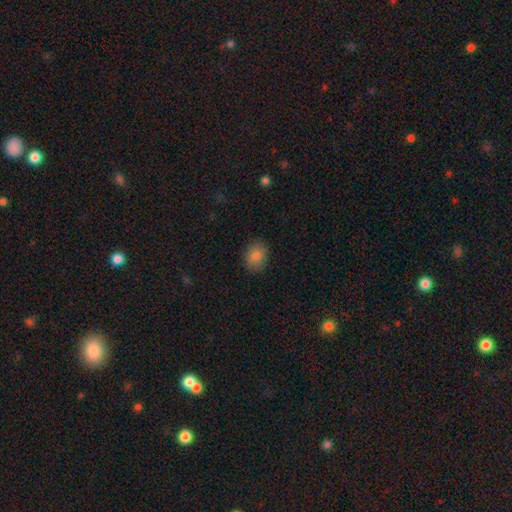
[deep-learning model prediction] Morphology: type=smooth (85%); roundness=in between (58%); merging=none (86%).